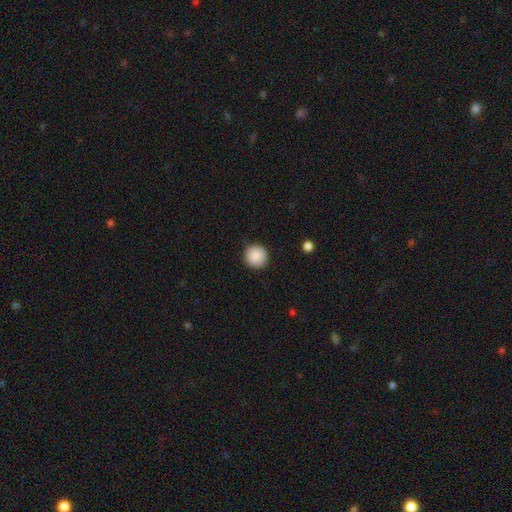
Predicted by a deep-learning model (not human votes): This appears to be a smooth galaxy with no disk features (89%) that is round (95%). Merging: none (91%).